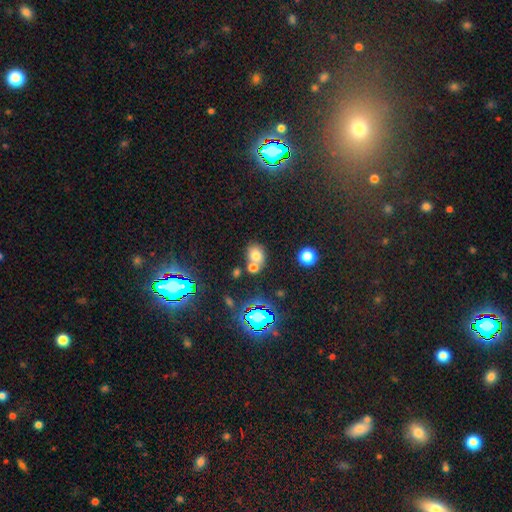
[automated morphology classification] This is likely a smooth galaxy (70%). How rounded: likely round (60%). Merging: possibly none (47%).